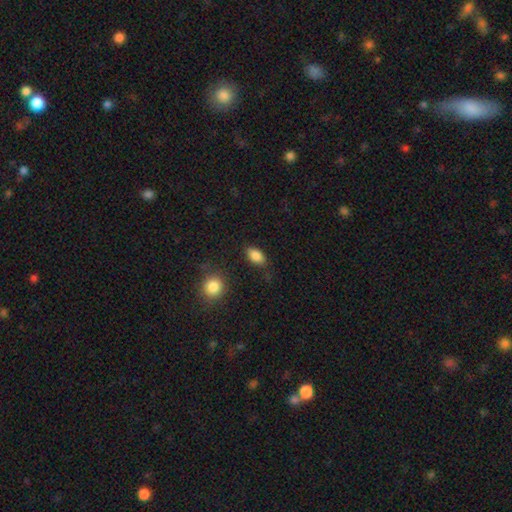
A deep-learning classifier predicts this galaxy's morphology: Q: Smooth or featured?
A: smooth (86%); runner-up: star or artifact (8%)
Q: How rounded?
A: in between (89%); runner-up: round (9%)
Q: Merging?
A: none (76%); runner-up: minor disturbance (16%)